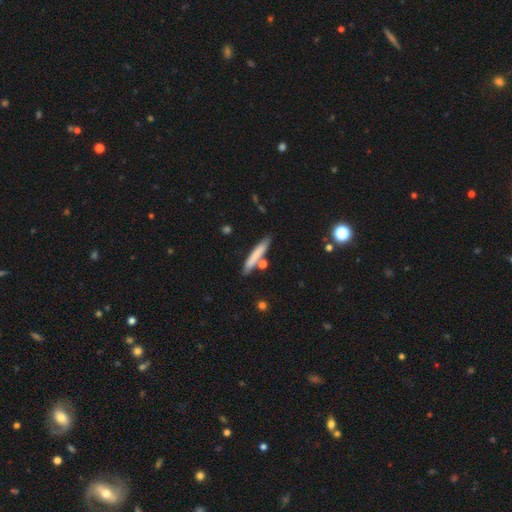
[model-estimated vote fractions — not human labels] Smooth or featured: smooth — 74% (featured or disk — 20%)
How rounded: cigar-shaped — 92% (in between — 7%)
Merging: none — 78% (minor disturbance — 11%)